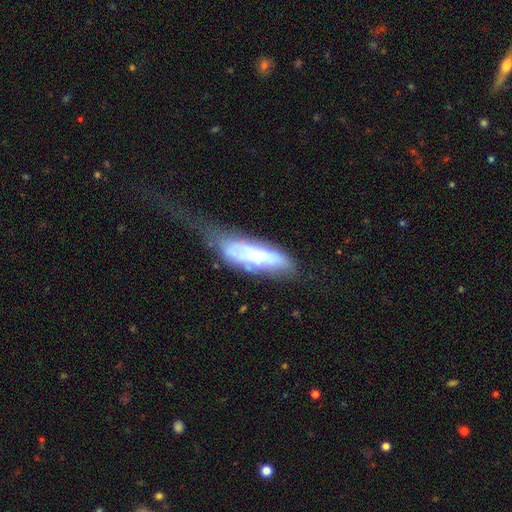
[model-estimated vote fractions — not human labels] Smooth or featured? Predicted: smooth (p=0.52). How rounded? Predicted: in between (p=0.55). Merging? Predicted: major disturbance (p=0.44).